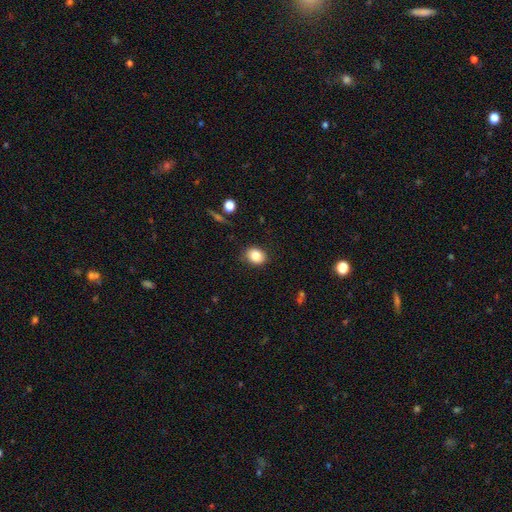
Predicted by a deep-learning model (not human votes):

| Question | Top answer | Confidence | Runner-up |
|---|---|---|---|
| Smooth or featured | smooth | 84% | star or artifact (9%) |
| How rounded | in between | 52% | round (47%) |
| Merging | none | 84% | minor disturbance (12%) |